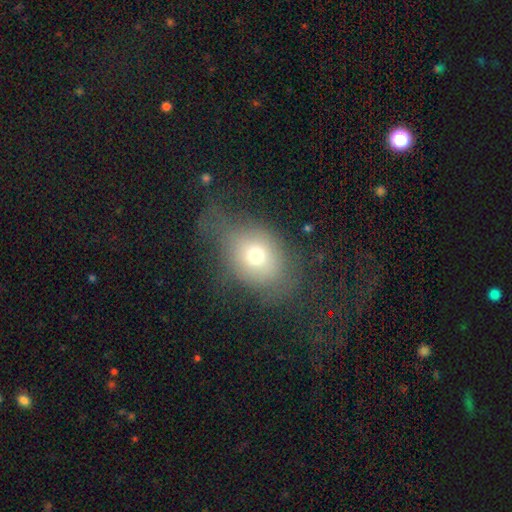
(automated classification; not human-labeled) This appears to be a smooth galaxy with no disk features (67%) that is in between round and cigar-shaped (54%). Merging: none (41%).